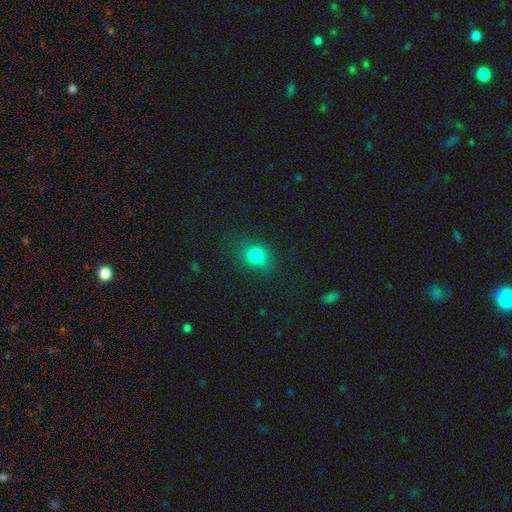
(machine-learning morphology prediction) smooth_or_featured: smooth (p=0.80) [alt: star or artifact p=0.14]
how_rounded: round (p=0.66) [alt: in between p=0.33]
merging: none (p=0.78) [alt: minor disturbance p=0.15]